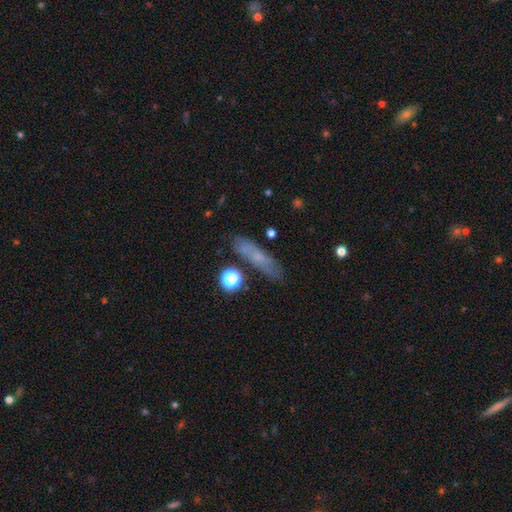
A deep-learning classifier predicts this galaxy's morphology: Smooth or featured?
  - smooth: 50% *
  - featured or disk: 34%
  - star or artifact: 16%
How rounded?
  - cigar-shaped: 60% *
  - in between: 31%
  - round: 9%
Merging?
  - none: 75% *
  - minor disturbance: 15%
  - merger: 5%
  - major disturbance: 5%